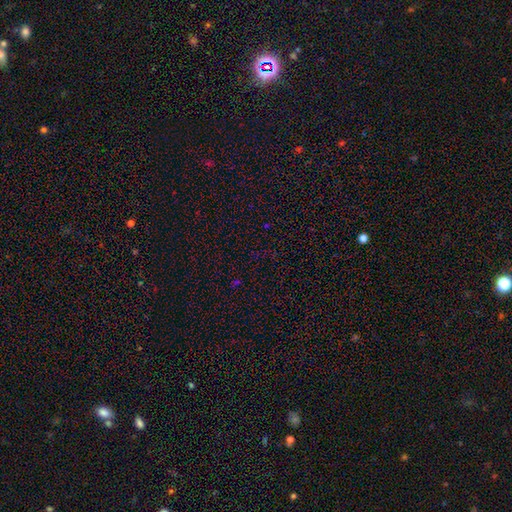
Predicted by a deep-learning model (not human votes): Overall: star or artifact (68%).